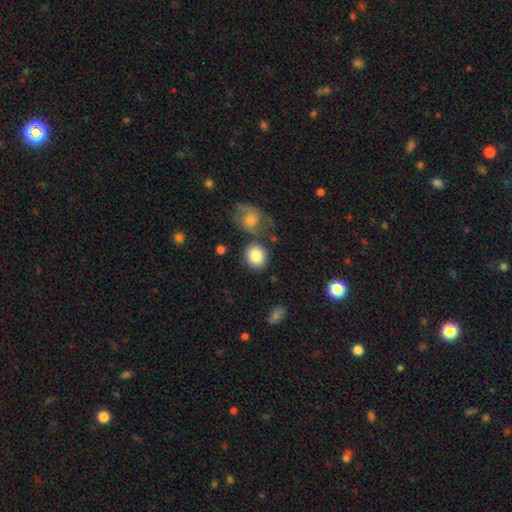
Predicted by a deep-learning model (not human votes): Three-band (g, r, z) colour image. It shows a smooth galaxy with no disk features (84%) that is round (74%). Merging: none (70%).